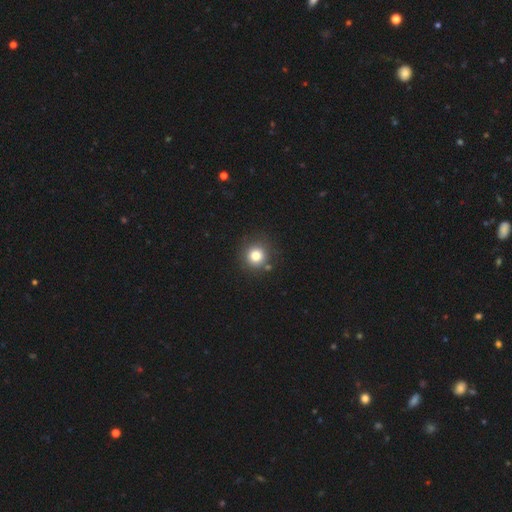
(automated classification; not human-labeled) This appears to be a smooth galaxy with no disk features (79%) that is round (94%). Merging: none (84%).